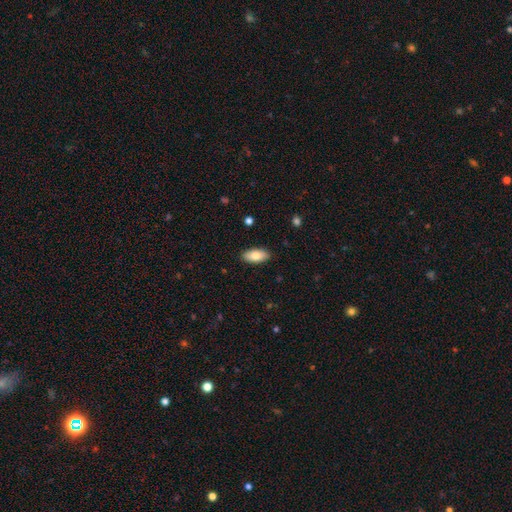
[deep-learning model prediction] Morphology: type=smooth (82%); roundness=in between (90%); merging=none (89%).